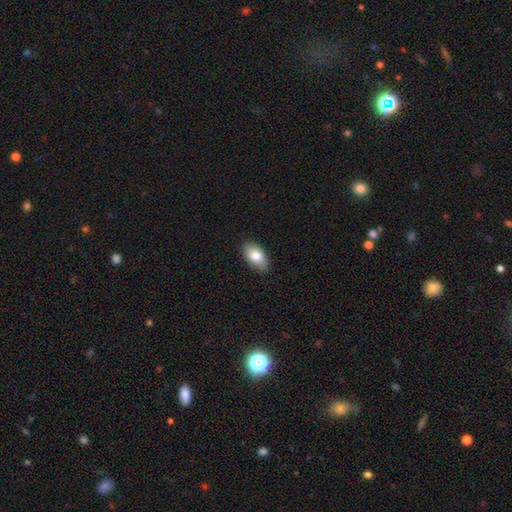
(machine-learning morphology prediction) Smooth or featured?
  - smooth: 82% *
  - featured or disk: 11%
  - star or artifact: 7%
How rounded?
  - in between: 93% *
  - round: 5%
  - cigar-shaped: 2%
Merging?
  - none: 86% *
  - minor disturbance: 11%
  - major disturbance: 2%
  - merger: 1%